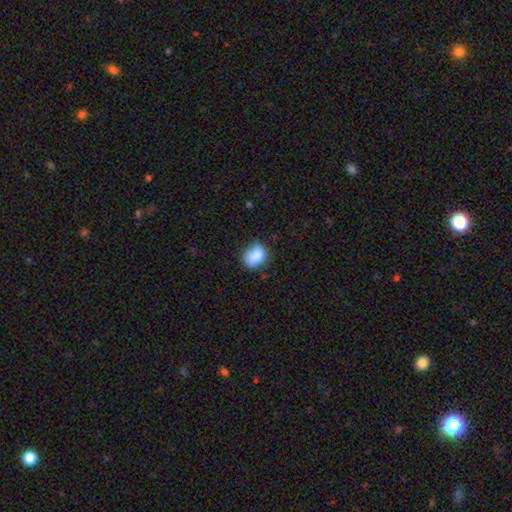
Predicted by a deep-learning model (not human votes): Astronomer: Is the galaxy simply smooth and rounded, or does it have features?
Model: smooth — 86%.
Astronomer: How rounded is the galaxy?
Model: in between — 63%.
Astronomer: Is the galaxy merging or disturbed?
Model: none — 67%.